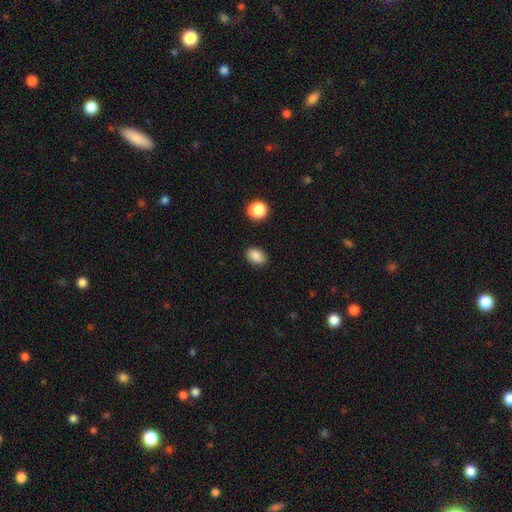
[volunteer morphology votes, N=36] Overall: smooth (86%). How rounded: in between (84%). Merging: none (91%).